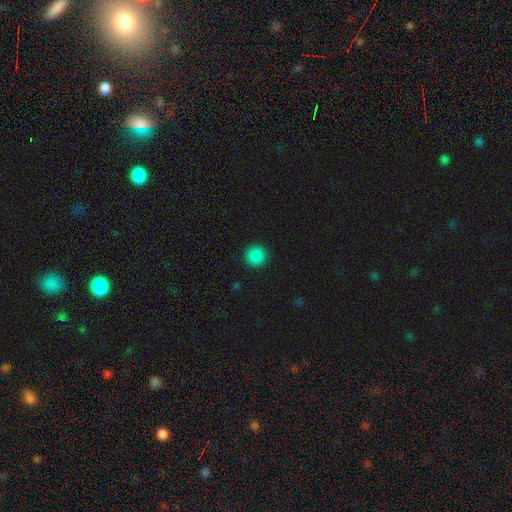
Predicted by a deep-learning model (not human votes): Smooth or featured? smooth (87%)
How rounded? round (94%)
Merging? none (92%)